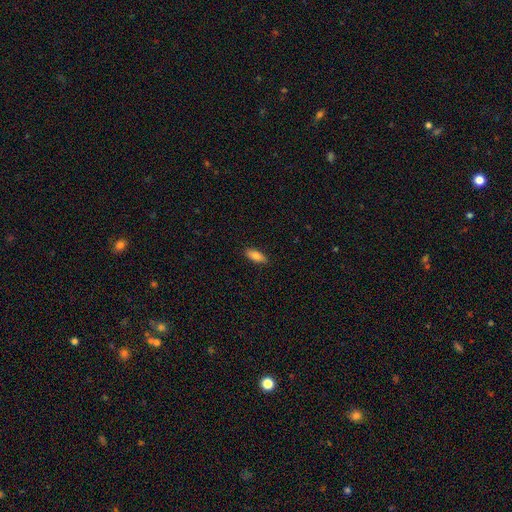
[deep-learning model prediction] Smooth or featured: smooth — 82% (featured or disk — 11%)
How rounded: in between — 74% (cigar-shaped — 23%)
Merging: none — 88% (minor disturbance — 9%)